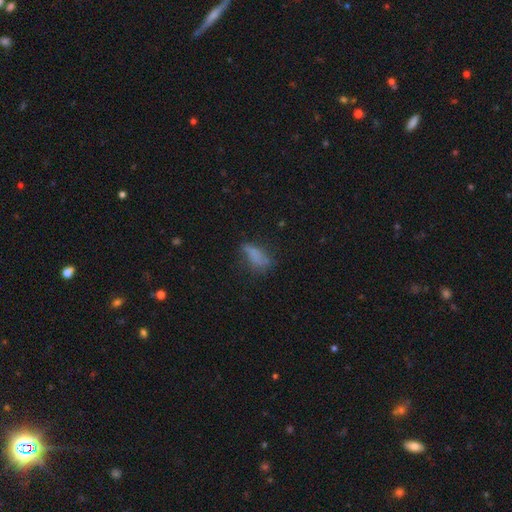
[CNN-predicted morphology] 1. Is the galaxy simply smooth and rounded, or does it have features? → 64% smooth, 22% featured or disk, 14% star or artifact.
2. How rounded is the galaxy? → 70% in between, 26% cigar-shaped, 4% round.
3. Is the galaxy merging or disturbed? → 41% none, 30% minor disturbance, 24% major disturbance, 5% merger.